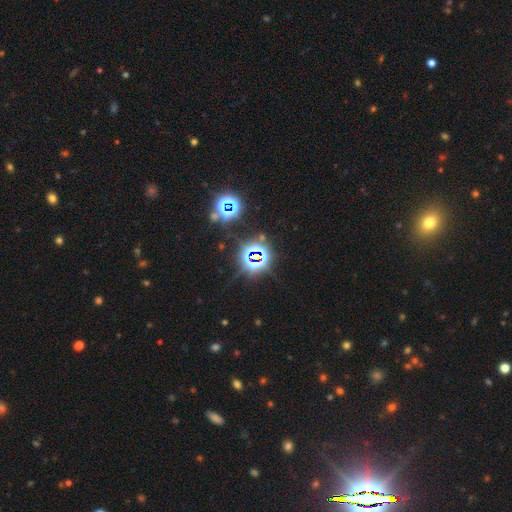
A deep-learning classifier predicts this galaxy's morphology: A star or artifact, not a galaxy (80%).